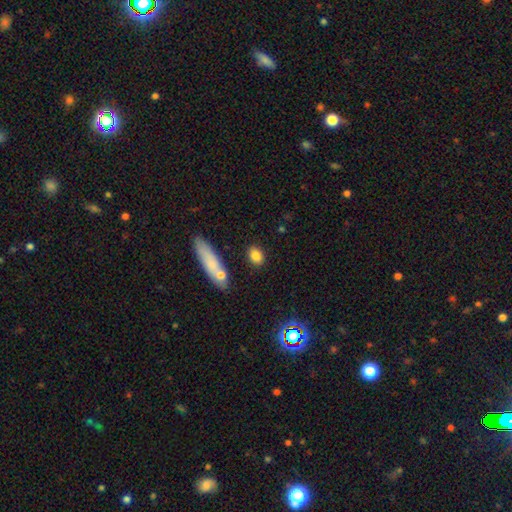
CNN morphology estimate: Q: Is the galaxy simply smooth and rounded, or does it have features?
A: smooth — 83%.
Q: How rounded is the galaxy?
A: in between — 62%.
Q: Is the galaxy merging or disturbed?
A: none — 82%.